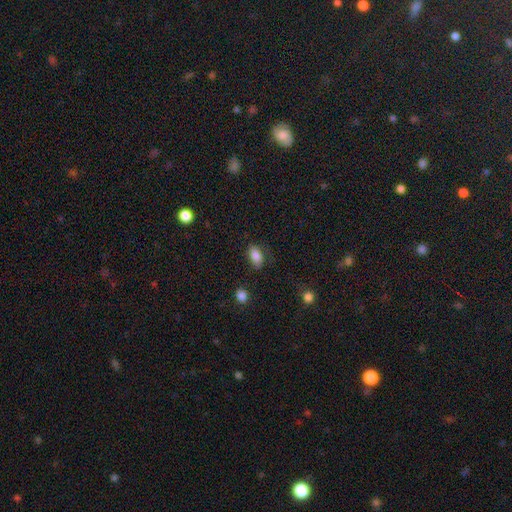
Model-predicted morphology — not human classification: type=smooth (84%); roundness=in between (87%); merging=none (72%).